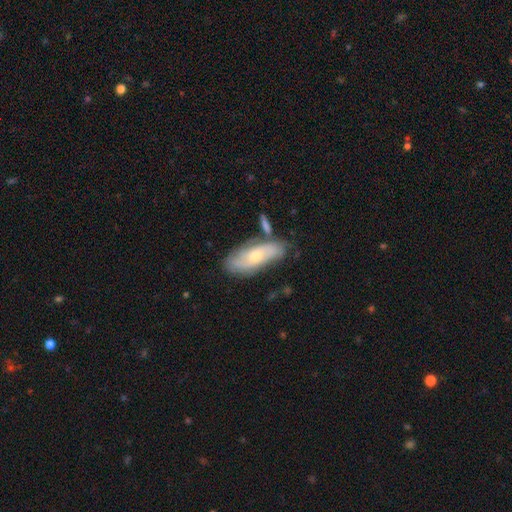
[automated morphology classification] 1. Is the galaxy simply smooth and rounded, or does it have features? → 53% featured or disk, 40% smooth, 7% star or artifact.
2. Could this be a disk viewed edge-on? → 84% no, 16% yes.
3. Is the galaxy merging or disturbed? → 62% none, 19% minor disturbance, 13% merger, 5% major disturbance.